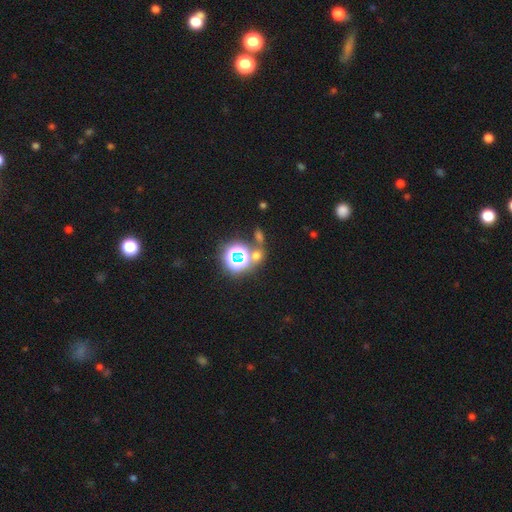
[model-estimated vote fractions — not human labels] Smooth or featured? star or artifact (51%)